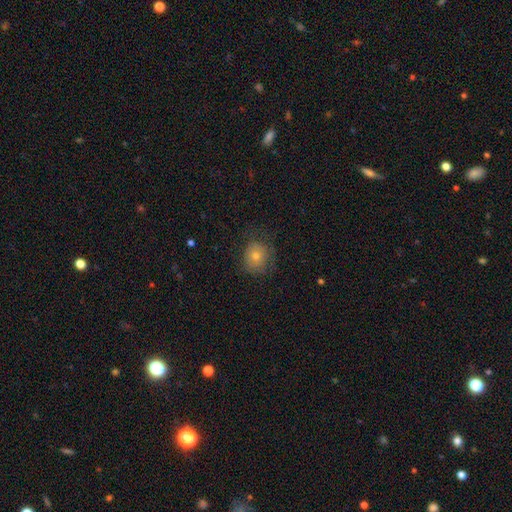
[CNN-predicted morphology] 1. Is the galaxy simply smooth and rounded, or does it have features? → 73% smooth, 17% featured or disk, 10% star or artifact.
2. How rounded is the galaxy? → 78% round, 21% in between, 1% cigar-shaped.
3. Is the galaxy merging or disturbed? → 66% none, 21% minor disturbance, 11% major disturbance, 1% merger.